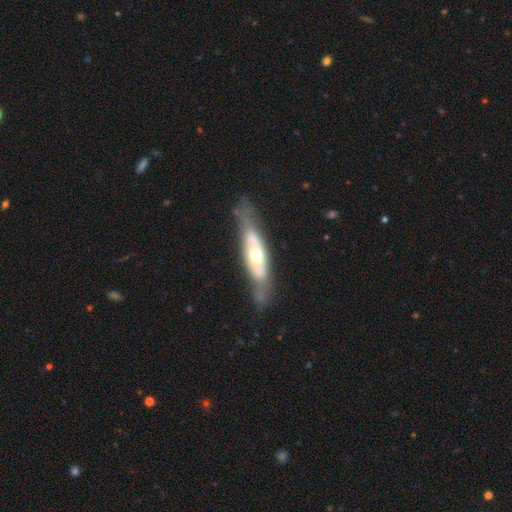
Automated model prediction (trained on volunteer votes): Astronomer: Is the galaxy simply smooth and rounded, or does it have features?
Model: featured or disk — 66%.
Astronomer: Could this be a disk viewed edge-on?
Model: no — 61% (runner-up: yes, 39%).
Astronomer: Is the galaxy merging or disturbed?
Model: none — 67%.